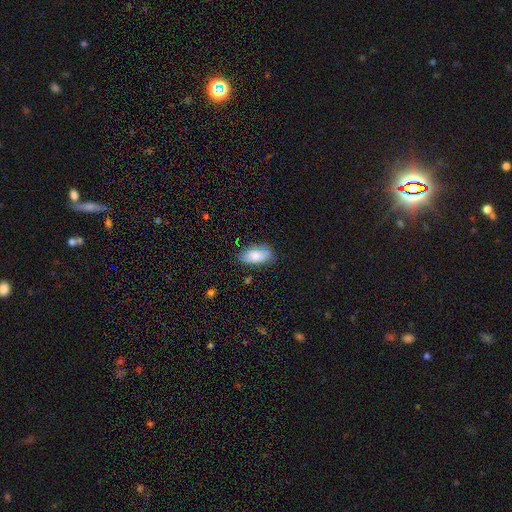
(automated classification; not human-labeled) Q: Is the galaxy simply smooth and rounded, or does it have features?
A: smooth — 78%.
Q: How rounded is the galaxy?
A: in between — 92%.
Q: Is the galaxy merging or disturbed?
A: none — 75%.